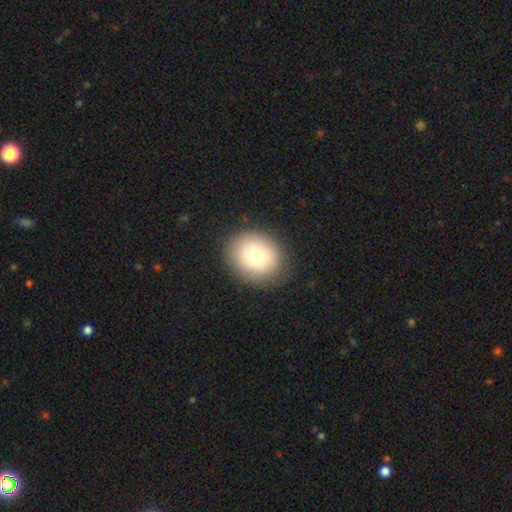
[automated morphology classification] The model was most divided on "how rounded": round: 70%, in between: 29%, cigar-shaped: 1%. More confident: merging — none (84%); smooth or featured — smooth (76%).